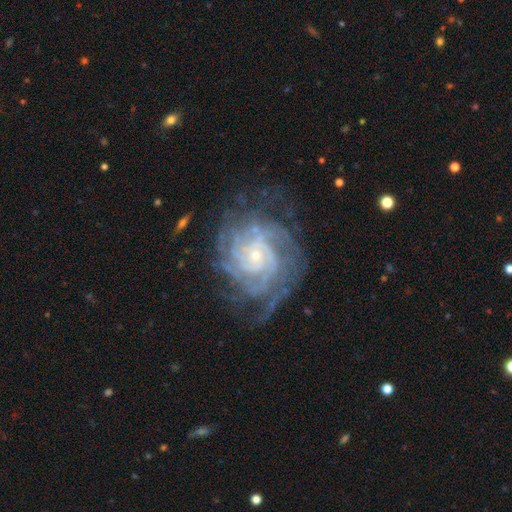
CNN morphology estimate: type=featured or disk (88%); edge-on=no (97%); bar=no (70%); spiral arms=yes (97%); winding=tight (74%); arm count=can't tell (29%); bulge=small (79%); merging=none (68%).